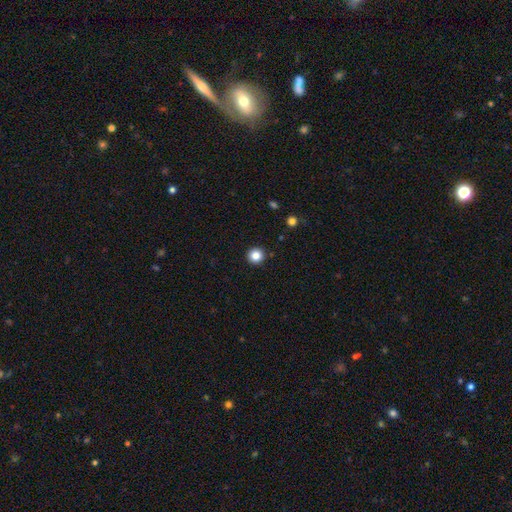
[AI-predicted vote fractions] Morphology: type=smooth (85%); roundness=round (96%); merging=none (93%).